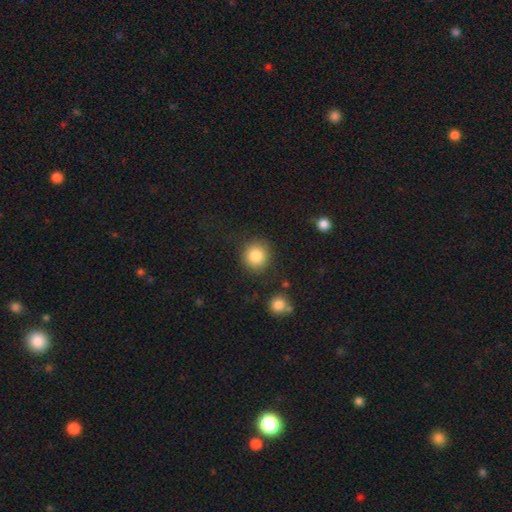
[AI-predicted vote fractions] A smooth galaxy with no disk features (86%) that is round (90%). Merging: none (84%).